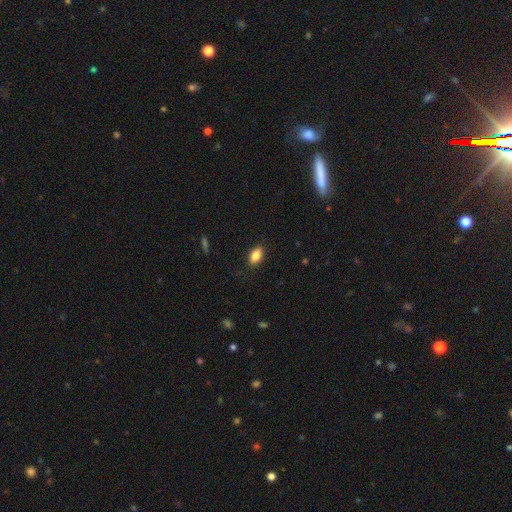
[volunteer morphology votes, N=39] Smooth or featured?
  - smooth: 90% *
  - featured or disk: 8%
  - star or artifact: 3%
How rounded?
  - in between: 89% *
  - cigar-shaped: 9%
  - round: 3%
Merging?
  - none: 84% *
  - minor disturbance: 8%
  - major disturbance: 8%
  - merger: 0%